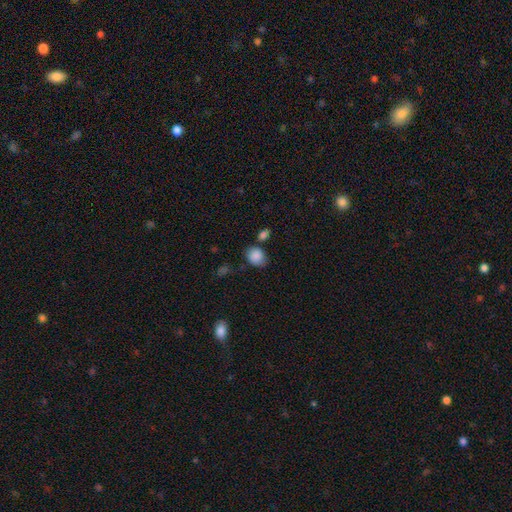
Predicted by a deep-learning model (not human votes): Smooth or featured?
  - smooth: 87% *
  - star or artifact: 8%
  - featured or disk: 4%
How rounded?
  - in between: 50% *
  - round: 49%
  - cigar-shaped: 1%
Merging?
  - none: 63% *
  - minor disturbance: 21%
  - merger: 11%
  - major disturbance: 6%